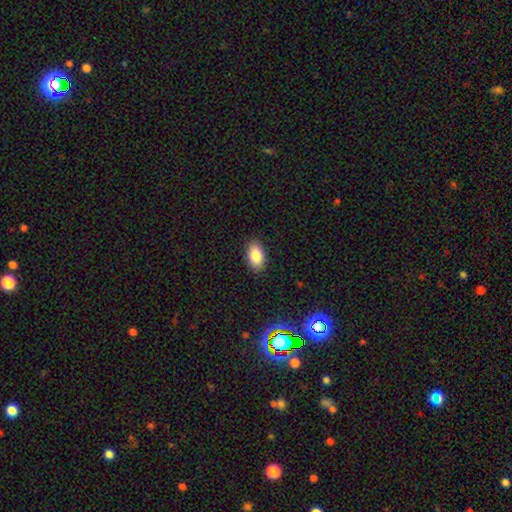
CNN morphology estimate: Q: Smooth or featured?
A: smooth (84%); runner-up: star or artifact (8%)
Q: How rounded?
A: in between (92%); runner-up: round (6%)
Q: Merging?
A: none (89%); runner-up: minor disturbance (8%)